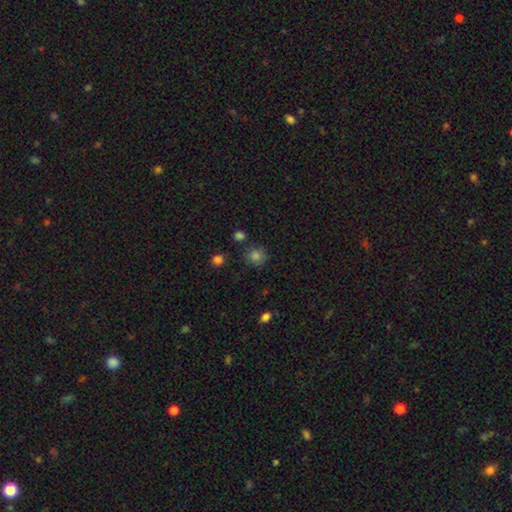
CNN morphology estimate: A smooth galaxy with no disk features (81%) that is round (89%).

Vote fractions:
- Smooth or featured? smooth: 81% / star or artifact: 14% / featured or disk: 5%
- How rounded? round: 89% / in between: 10% / cigar-shaped: 1%
- Merging? none: 80% / minor disturbance: 11% / merger: 6% / major disturbance: 3%